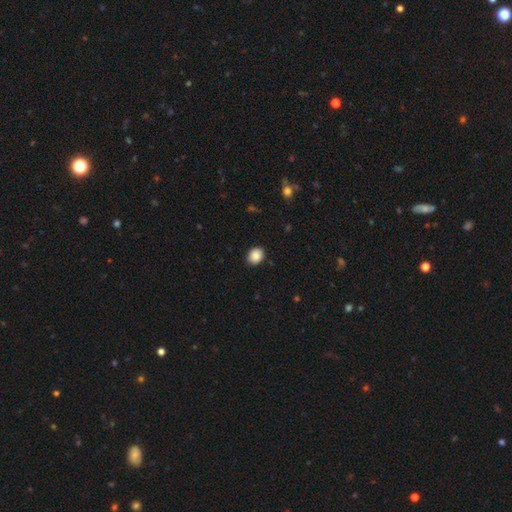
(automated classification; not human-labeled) A smooth galaxy with no disk features (88%) that is round (57%).

Vote fractions:
- Smooth or featured? smooth: 88% / star or artifact: 8% / featured or disk: 4%
- How rounded? round: 57% / in between: 42% / cigar-shaped: 1%
- Merging? none: 88% / minor disturbance: 9% / major disturbance: 2% / merger: 1%